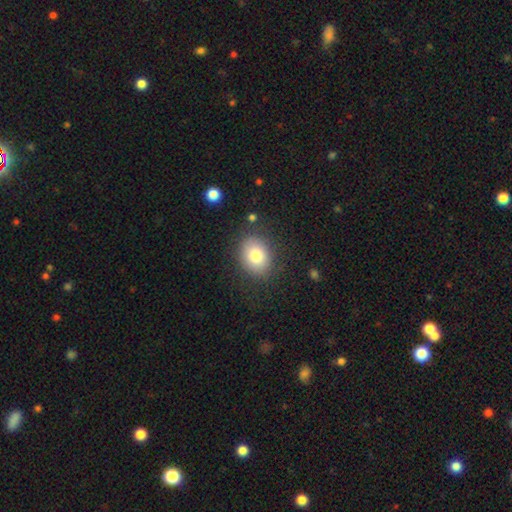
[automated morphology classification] Smooth or featured? smooth (79%)
How rounded? in between (53%)
Merging? none (82%)